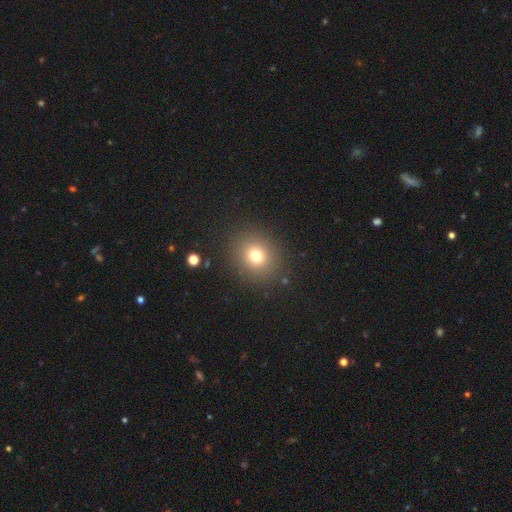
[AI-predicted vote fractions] A smooth galaxy with no disk features (74%) that is round (77%).

Vote fractions:
- Smooth or featured? smooth: 74% / star or artifact: 16% / featured or disk: 10%
- How rounded? round: 77% / in between: 22% / cigar-shaped: 1%
- Merging? none: 88% / minor disturbance: 7% / major disturbance: 4% / merger: 2%